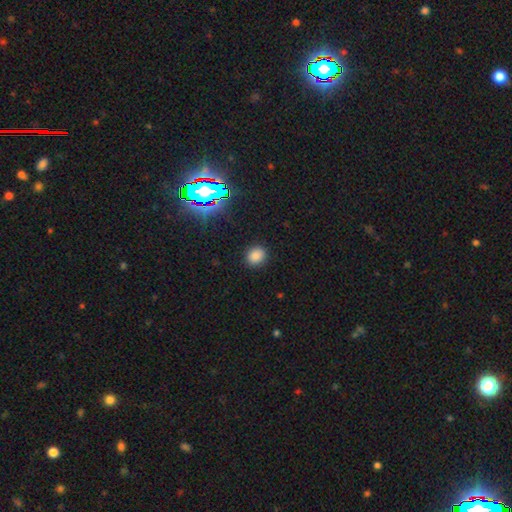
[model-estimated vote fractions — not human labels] This is clearly a smooth galaxy (82%). How rounded: likely round (66%). Merging: clearly none (89%).